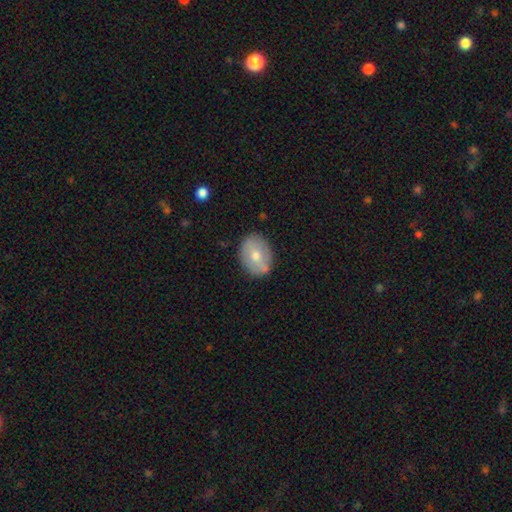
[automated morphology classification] Smooth or featured? smooth (59%)
How rounded? in between (64%)
Merging? none (78%)